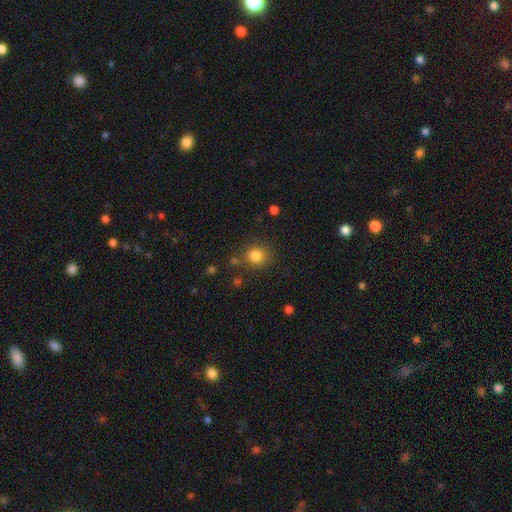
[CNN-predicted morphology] Smooth or featured?
  - smooth: 83% *
  - star or artifact: 12%
  - featured or disk: 5%
How rounded?
  - round: 84% *
  - in between: 15%
  - cigar-shaped: 1%
Merging?
  - none: 83% *
  - minor disturbance: 10%
  - merger: 4%
  - major disturbance: 4%